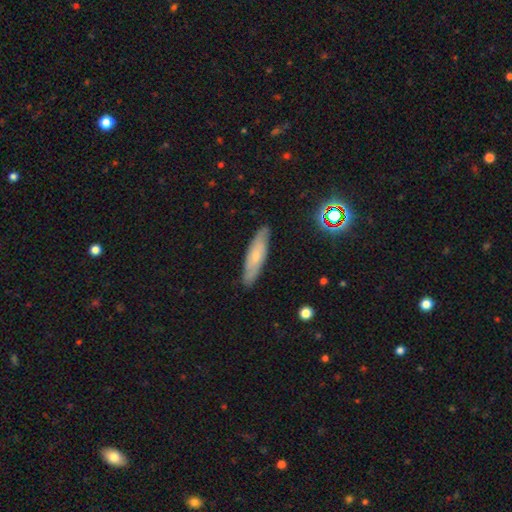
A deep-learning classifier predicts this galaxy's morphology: smooth-or-featured: smooth: 52% | featured or disk: 40% | star or artifact: 8%
  how-rounded: cigar-shaped: 71% | in between: 27% | round: 2%
  merging: none: 86% | minor disturbance: 11% | major disturbance: 2% | merger: 1%